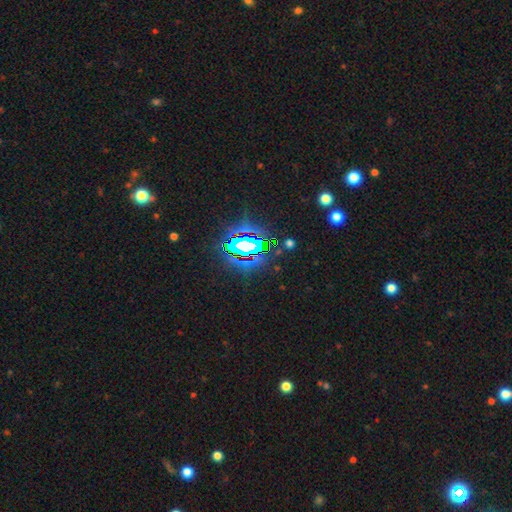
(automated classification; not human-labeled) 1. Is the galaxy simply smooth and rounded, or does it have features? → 81% star or artifact, 11% smooth, 9% featured or disk.